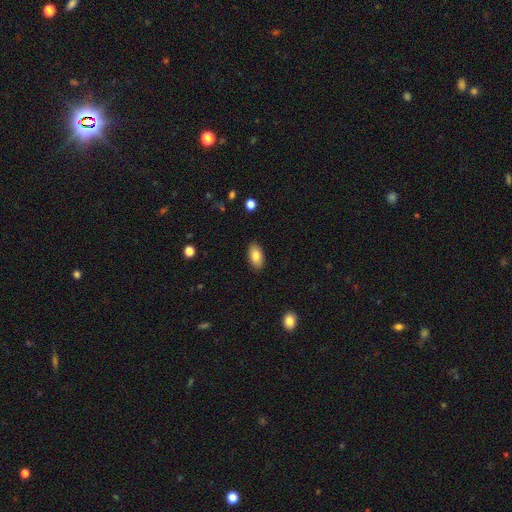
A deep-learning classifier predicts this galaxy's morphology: Q: Smooth or featured?
A: smooth (83%); runner-up: featured or disk (10%)
Q: How rounded?
A: in between (93%); runner-up: round (4%)
Q: Merging?
A: none (88%); runner-up: minor disturbance (9%)